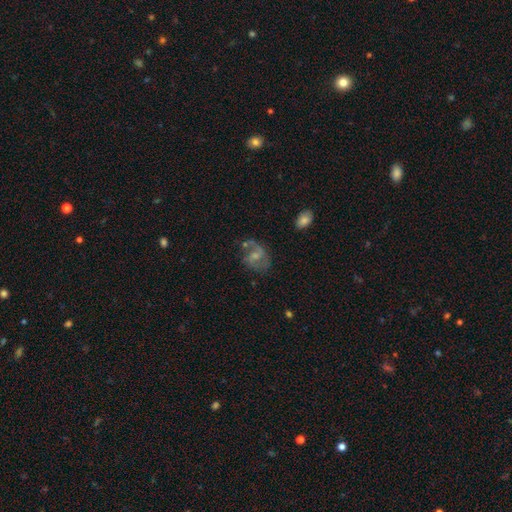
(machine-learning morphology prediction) smooth-or-featured: featured or disk: 71% | smooth: 21% | star or artifact: 8%
  disk-edge-on: no: 98% | yes: 2%
    bar: weak: 50% | no: 39% | strong: 11%
    has-spiral-arms: yes: 88% | no: 12%
      spiral-winding: medium: 48% | loose: 39% | tight: 14%
      spiral-arm-count: 2: 75% | 1: 14% | can't tell: 7% | 3: 2% | 4: 1% | more than 4: 1%
    bulge-size: moderate: 41% | small: 40% | none: 13% | large: 4% | dominant: 1%
  merging: none: 53% | minor disturbance: 23% | major disturbance: 18% | merger: 6%